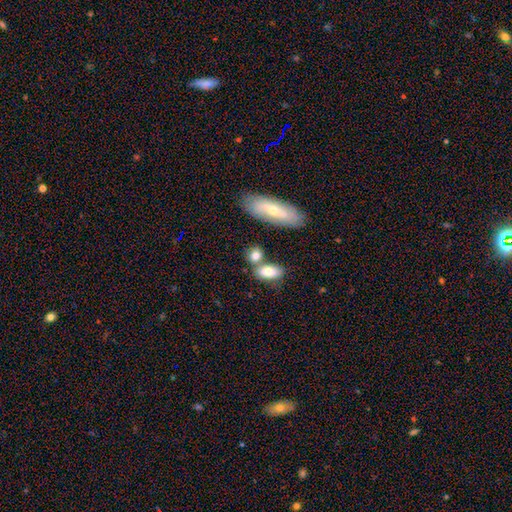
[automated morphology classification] A smooth galaxy with no disk features (77%) that is in between round and cigar-shaped (67%).

Vote fractions:
- Smooth or featured? smooth: 77% / featured or disk: 15% / star or artifact: 9%
- How rounded? in between: 67% / round: 25% / cigar-shaped: 8%
- Merging? none: 52% / merger: 32% / minor disturbance: 12% / major disturbance: 4%